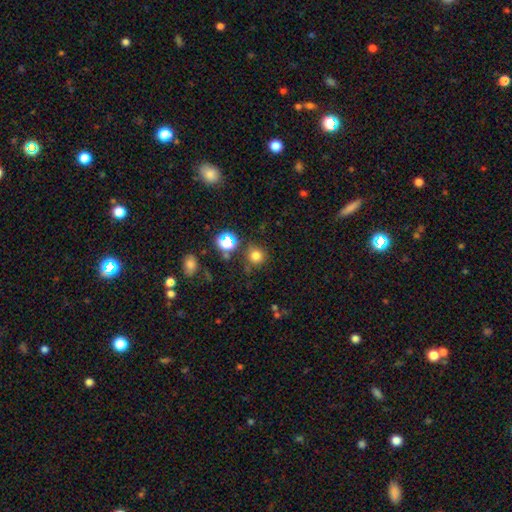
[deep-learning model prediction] The model was most divided on "smooth or featured": smooth: 76%, star or artifact: 18%, featured or disk: 6%. More confident: how rounded — round (91%); merging — none (82%).